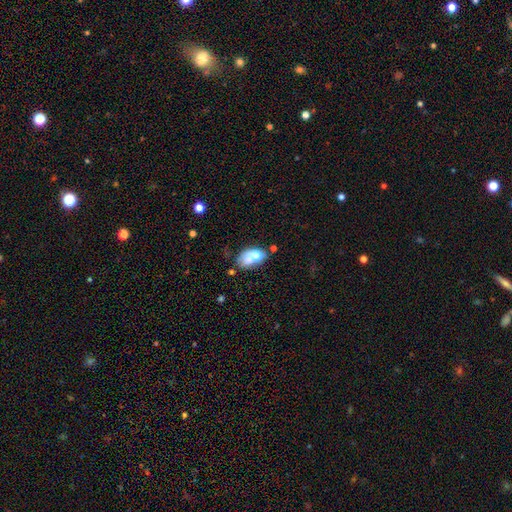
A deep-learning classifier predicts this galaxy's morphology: Smooth or featured: smooth — 63% (featured or disk — 28%)
How rounded: in between — 83% (round — 15%)
Merging: merger — 47% (none — 27%)